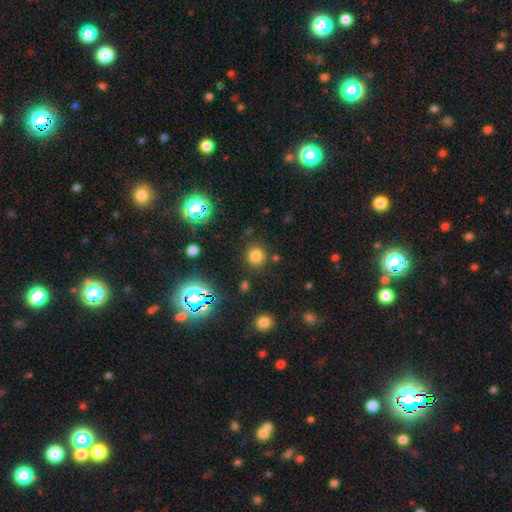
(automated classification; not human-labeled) Smooth or featured? smooth (73%)
How rounded? round (88%)
Merging? none (85%)